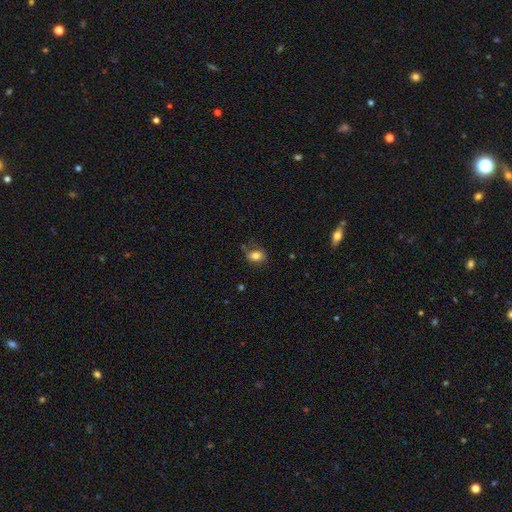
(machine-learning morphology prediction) Smooth or featured: smooth — 80% (star or artifact — 11%)
How rounded: in between — 61% (round — 38%)
Merging: none — 70% (minor disturbance — 21%)